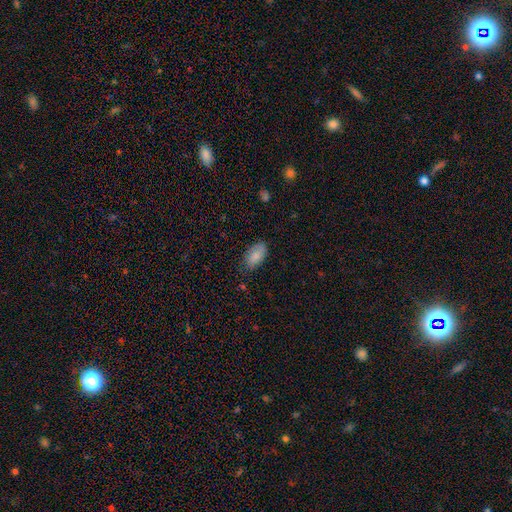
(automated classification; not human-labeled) smooth_or_featured: smooth (p=0.85) [alt: featured or disk p=0.08]
how_rounded: in between (p=0.94) [alt: cigar-shaped p=0.03]
merging: none (p=0.79) [alt: minor disturbance p=0.17]